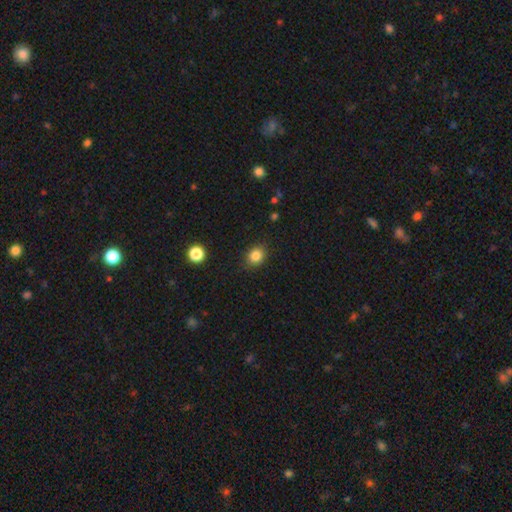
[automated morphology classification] This is clearly a smooth galaxy (84%). How rounded: likely round (62%). Merging: clearly none (87%).